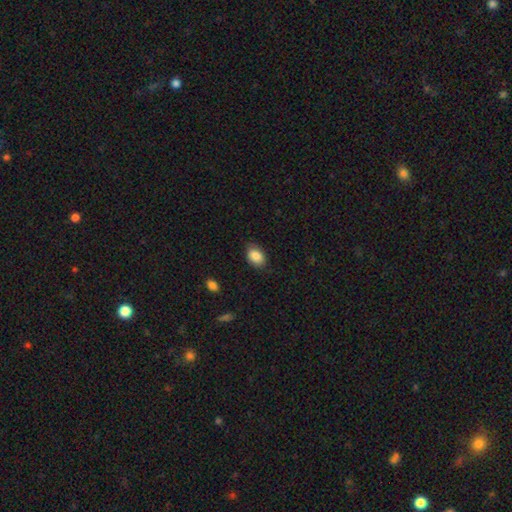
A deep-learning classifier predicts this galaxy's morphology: smooth-or-featured: smooth: 87% | star or artifact: 8% | featured or disk: 6%
  how-rounded: in between: 81% | round: 17% | cigar-shaped: 1%
  merging: none: 80% | minor disturbance: 15% | major disturbance: 3% | merger: 1%